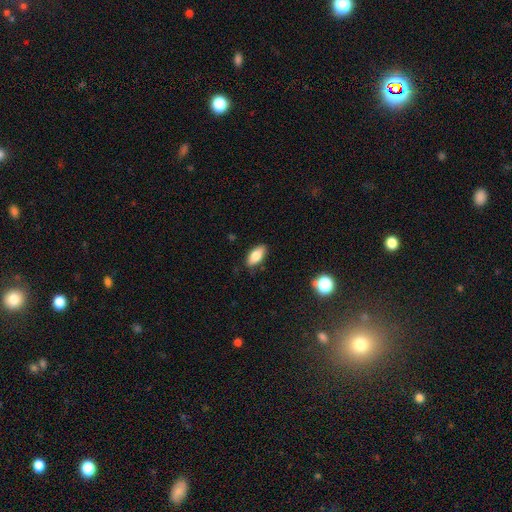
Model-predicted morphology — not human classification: smooth-or-featured: smooth: 79% | featured or disk: 13% | star or artifact: 8%
  how-rounded: in between: 87% | cigar-shaped: 10% | round: 3%
  merging: none: 83% | minor disturbance: 13% | major disturbance: 2% | merger: 1%